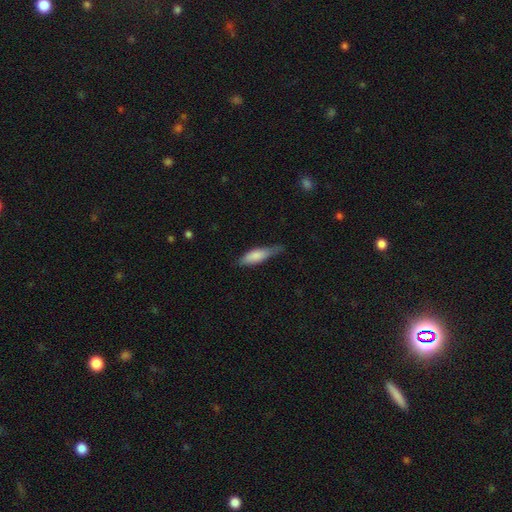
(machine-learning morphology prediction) Smooth or featured? smooth (80%)
How rounded? in between (50%)
Merging? none (44%)